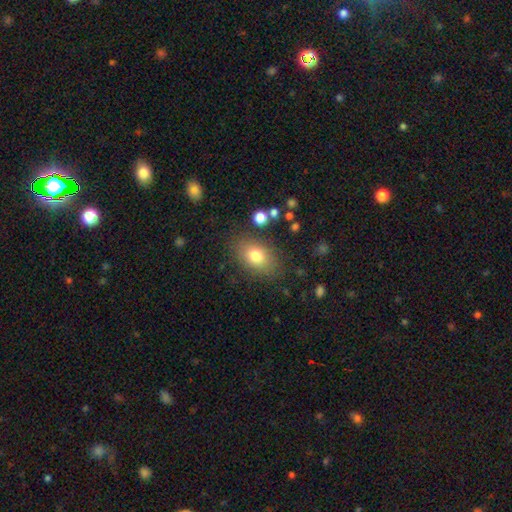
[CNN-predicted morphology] type=smooth (77%); roundness=in between (81%); merging=none (80%).